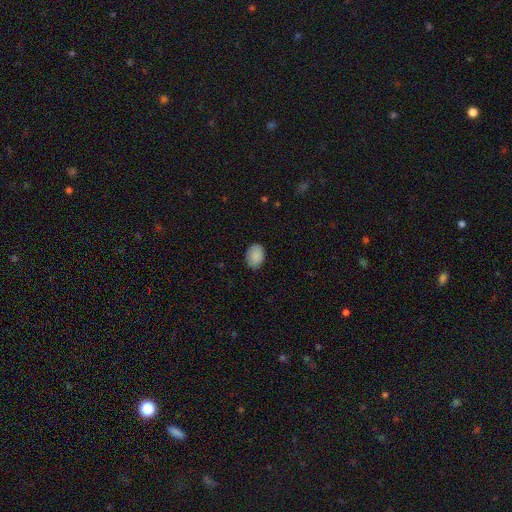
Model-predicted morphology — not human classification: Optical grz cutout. It shows a smooth galaxy with no disk features (88%) that is in between round and cigar-shaped (74%). Merging: none (83%).